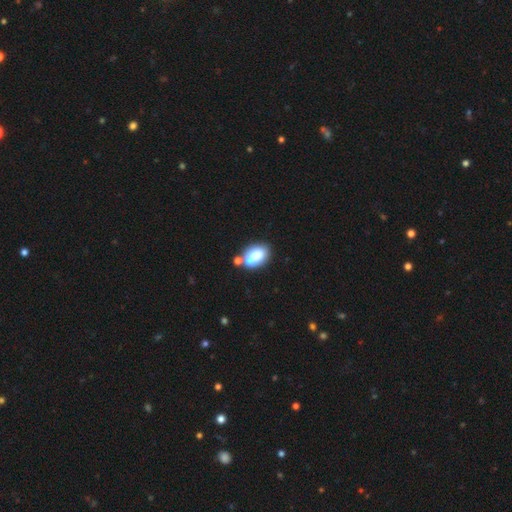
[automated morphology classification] Smooth or featured? smooth (70%)
How rounded? in between (81%)
Merging? none (49%)